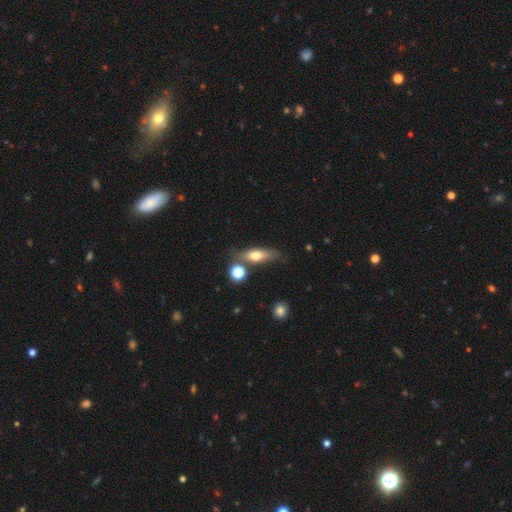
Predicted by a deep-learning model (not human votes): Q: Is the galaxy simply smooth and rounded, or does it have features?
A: smooth — 63%.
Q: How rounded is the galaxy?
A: in between — 54%.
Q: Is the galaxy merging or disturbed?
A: none — 62%.